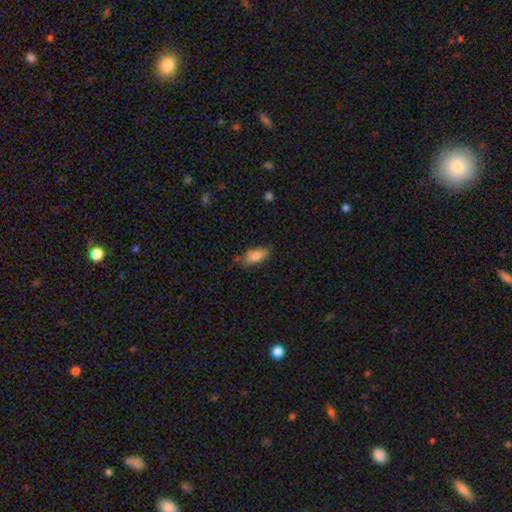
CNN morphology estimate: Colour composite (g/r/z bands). It shows a smooth galaxy with no disk features (82%) that is in between round and cigar-shaped (84%). Merging: none (71%).